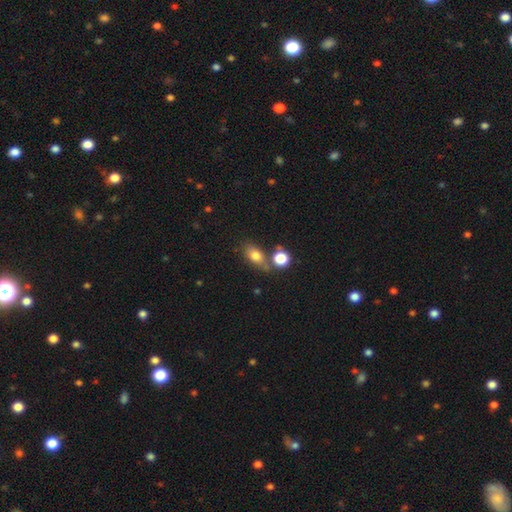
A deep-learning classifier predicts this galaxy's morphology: A smooth galaxy with no disk features (76%) that is in between round and cigar-shaped (75%). Merging: none (56%).